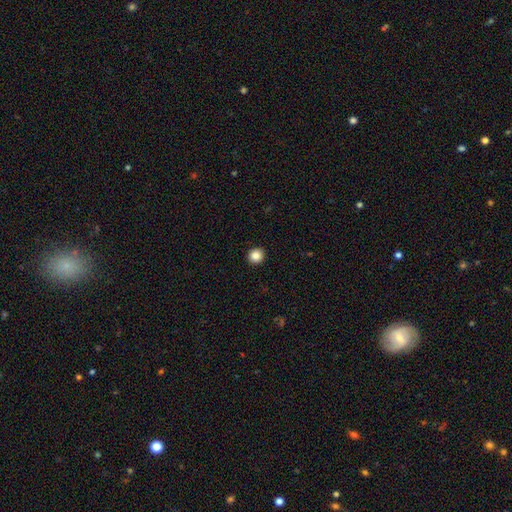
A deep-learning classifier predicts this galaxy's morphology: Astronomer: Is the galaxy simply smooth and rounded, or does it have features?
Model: smooth — 86%.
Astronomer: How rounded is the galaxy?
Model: round — 94%.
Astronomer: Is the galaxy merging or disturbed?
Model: none — 93%.